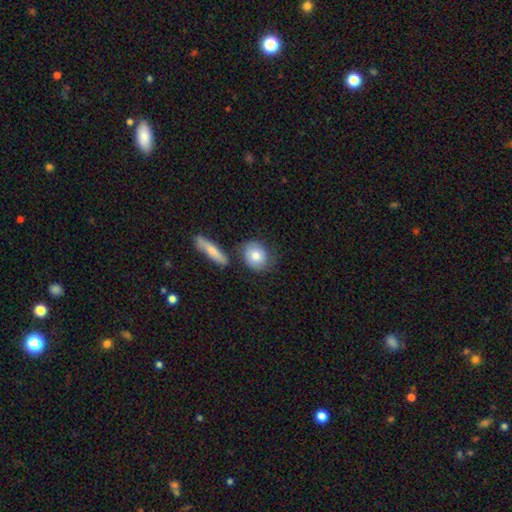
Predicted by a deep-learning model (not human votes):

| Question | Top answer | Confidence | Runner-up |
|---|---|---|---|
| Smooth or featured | smooth | 78% | featured or disk (15%) |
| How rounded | round | 64% | in between (33%) |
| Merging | none | 70% | minor disturbance (14%) |